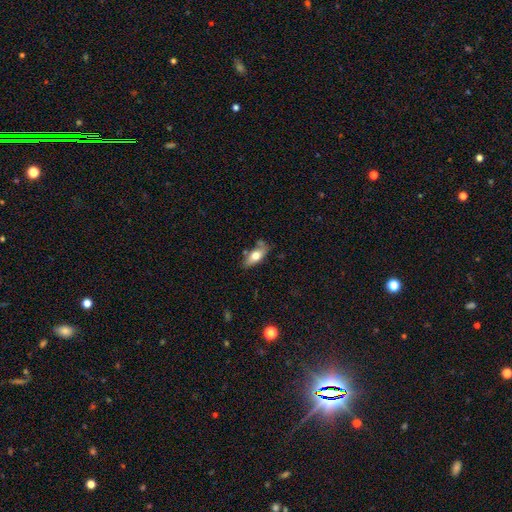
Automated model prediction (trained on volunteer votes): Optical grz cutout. It shows a smooth galaxy with no disk features (65%) that is in between round and cigar-shaped (76%). Merging: none (64%).